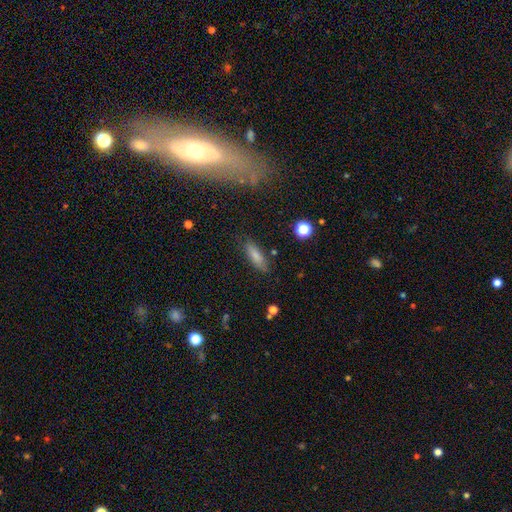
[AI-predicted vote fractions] This appears to be a smooth galaxy with no disk features (79%) that is in between round and cigar-shaped (53%). Merging: none (80%).